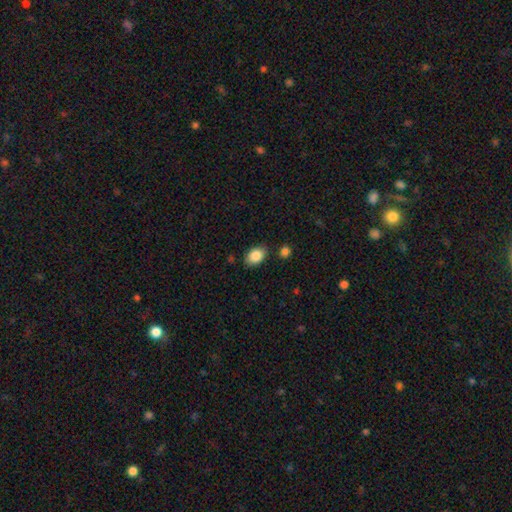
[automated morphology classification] smooth_or_featured: smooth (p=0.86) [alt: star or artifact p=0.08]
how_rounded: in between (p=0.83) [alt: round p=0.16]
merging: none (p=0.82) [alt: minor disturbance p=0.12]